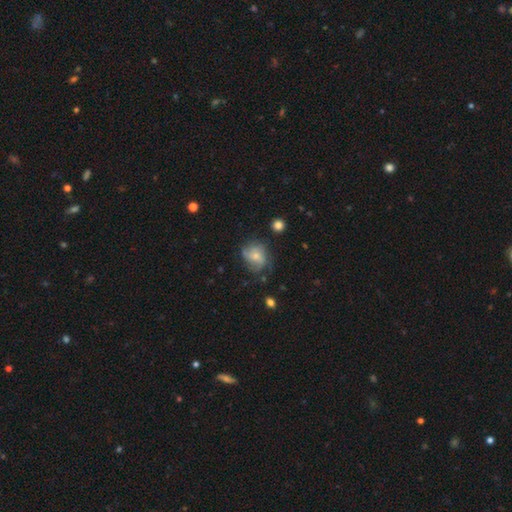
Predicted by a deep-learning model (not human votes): This is possibly a featured or disk galaxy (46%). Merging: possibly none (55%).